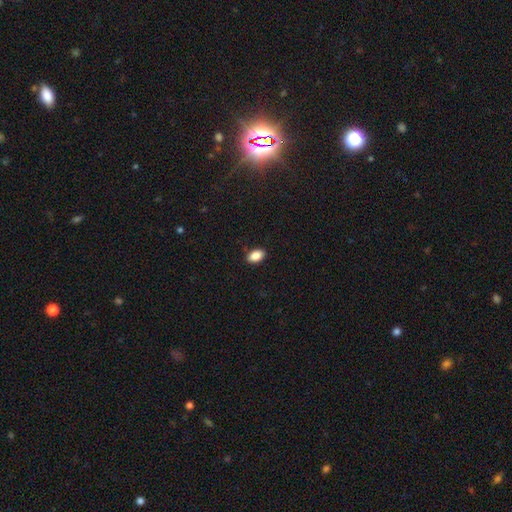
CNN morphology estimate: Smooth or featured? smooth (87%)
How rounded? in between (90%)
Merging? none (87%)